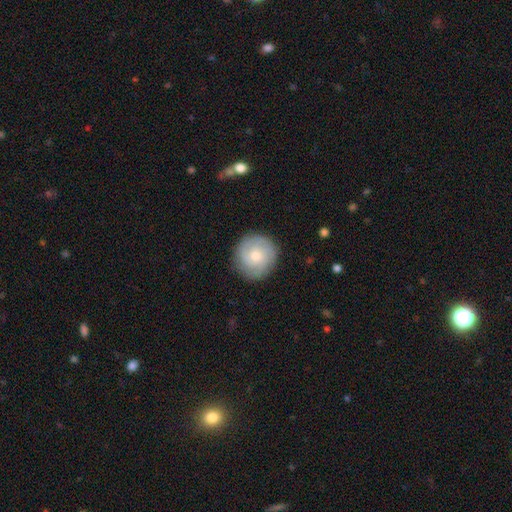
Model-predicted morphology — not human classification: Smooth or featured?
  - smooth: 48% *
  - featured or disk: 46%
  - star or artifact: 7%
Merging?
  - none: 86% *
  - minor disturbance: 10%
  - major disturbance: 3%
  - merger: 1%